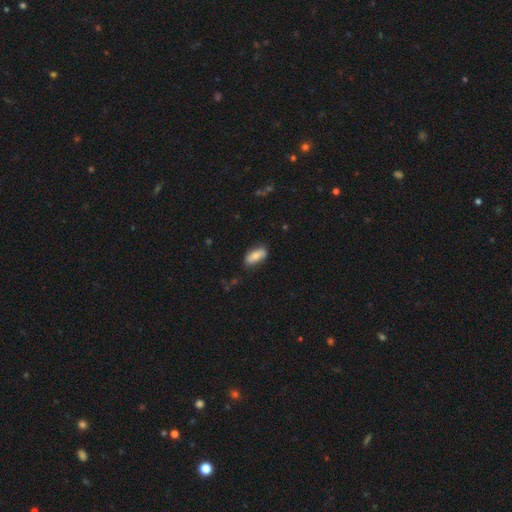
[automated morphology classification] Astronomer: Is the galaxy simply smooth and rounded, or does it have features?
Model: smooth — 74%.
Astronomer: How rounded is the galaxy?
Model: in between — 83%.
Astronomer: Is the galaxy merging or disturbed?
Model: none — 78%.